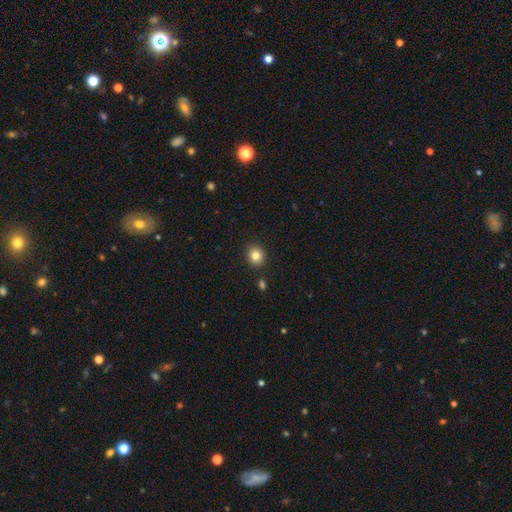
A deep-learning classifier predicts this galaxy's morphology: This appears to be a smooth galaxy with no disk features (84%) that is round (75%). Merging: none (89%).